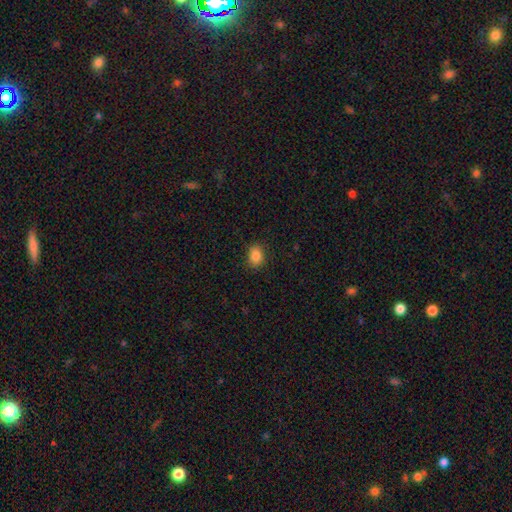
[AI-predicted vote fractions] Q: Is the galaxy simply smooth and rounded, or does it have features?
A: smooth — 85%.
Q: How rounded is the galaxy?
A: in between — 62%.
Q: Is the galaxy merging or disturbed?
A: none — 87%.